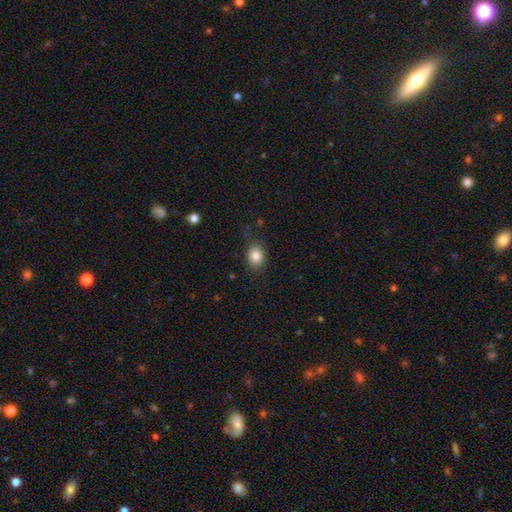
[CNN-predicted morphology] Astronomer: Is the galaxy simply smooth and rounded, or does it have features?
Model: smooth — 85%.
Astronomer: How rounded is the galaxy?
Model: in between — 55% (runner-up: round, 44%).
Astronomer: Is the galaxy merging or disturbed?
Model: none — 82%.